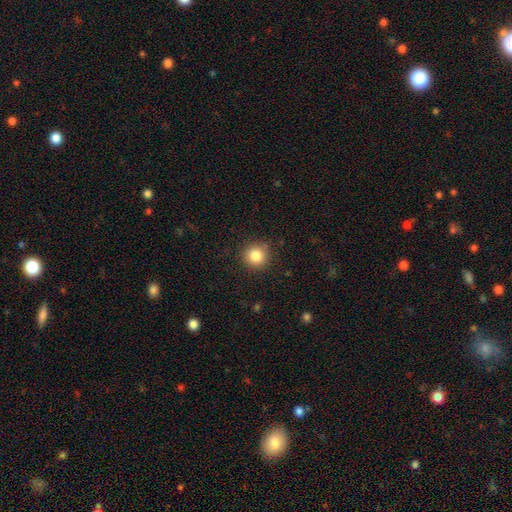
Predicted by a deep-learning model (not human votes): The model was most divided on "smooth or featured": smooth: 83%, star or artifact: 11%, featured or disk: 6%. More confident: how rounded — round (93%); merging — none (88%).